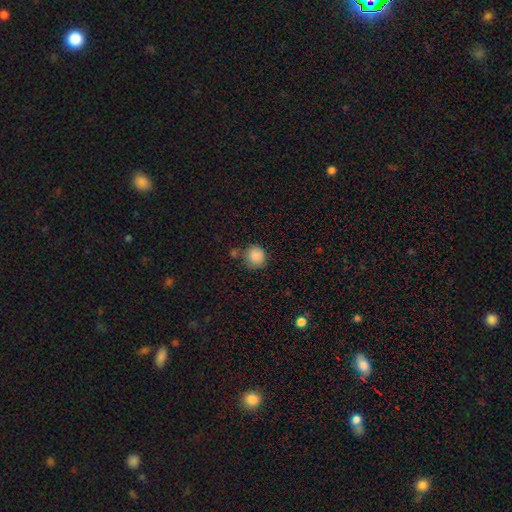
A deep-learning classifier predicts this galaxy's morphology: This is clearly a smooth galaxy (86%). How rounded: clearly round (90%). Merging: likely none (69%).